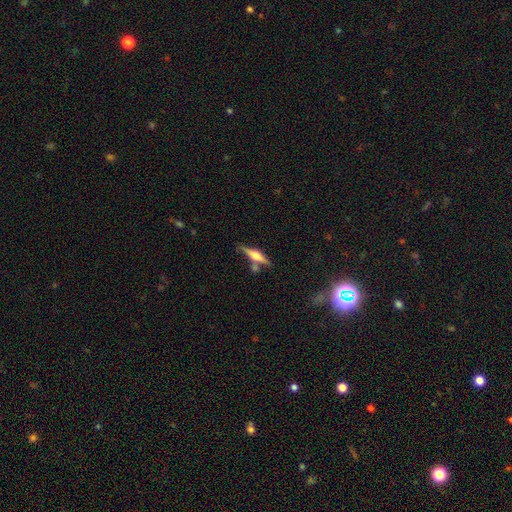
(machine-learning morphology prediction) smooth-or-featured: featured or disk: 71% | smooth: 22% | star or artifact: 7%
  disk-edge-on: yes: 97% | no: 3%
    edge-on-bulge: rounded: 91% | boxy: 7% | none: 3%
  merging: none: 73% | minor disturbance: 12% | merger: 12% | major disturbance: 3%